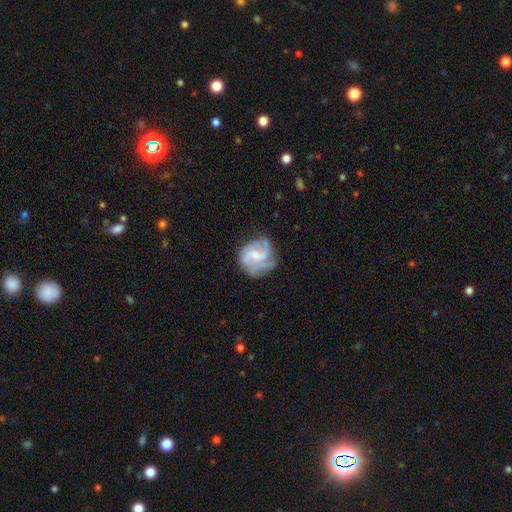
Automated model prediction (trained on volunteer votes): The model was most divided on "bar": no: 47%, weak: 44%, strong: 8%. Remaining: edge-on disk — no (98%); spiral arms — yes (93%); smooth or featured — featured or disk (76%); merging — none (67%); bulge size — small (51%); spiral winding — medium (48%); spiral arm count — 3 (44%).